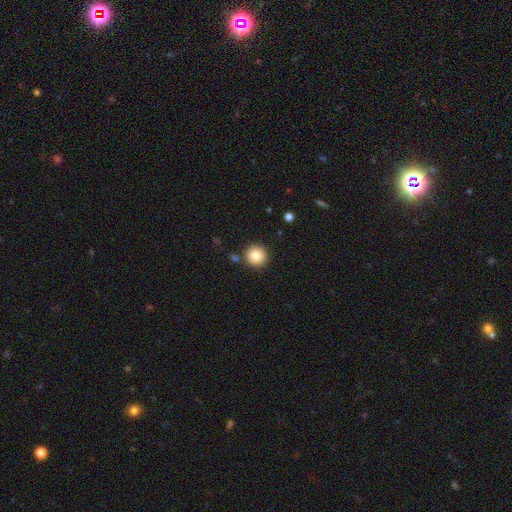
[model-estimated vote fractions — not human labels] This appears to be a smooth galaxy with no disk features (83%) that is round (96%). Merging: none (88%).